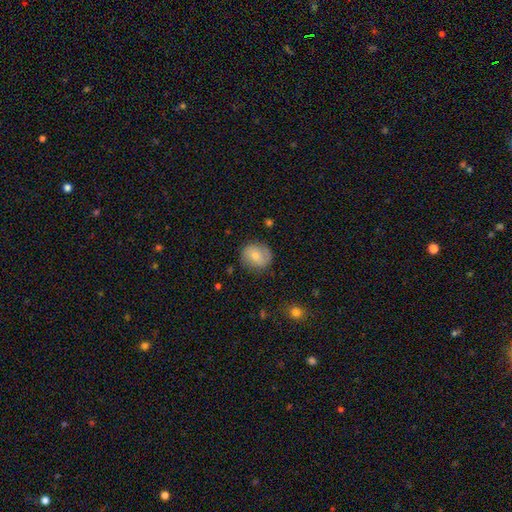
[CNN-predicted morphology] This appears to be a smooth galaxy with no disk features (58%) that is round (74%). Merging: none (80%).